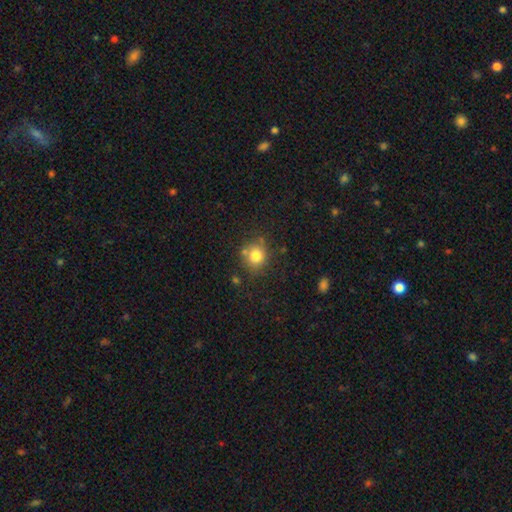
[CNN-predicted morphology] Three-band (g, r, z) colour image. It shows a smooth galaxy with no disk features (79%) that is round (78%). Merging: none (72%).